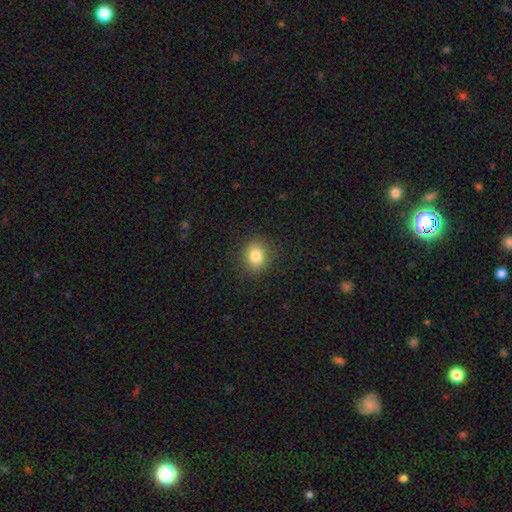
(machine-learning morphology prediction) A smooth galaxy with no disk features (82%) that is round (70%). Merging: none (89%).